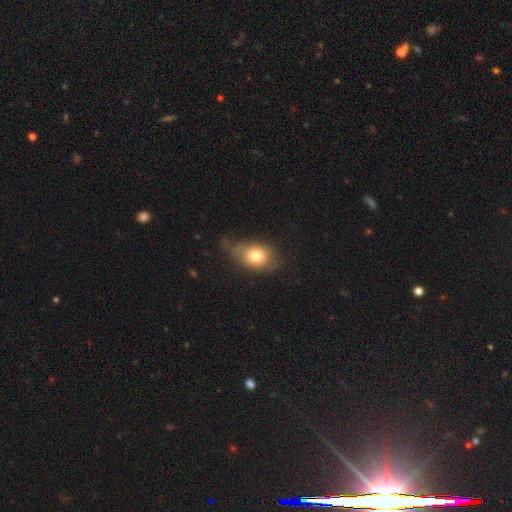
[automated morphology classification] A smooth galaxy with no disk features (76%) that is in between round and cigar-shaped (64%).

Vote fractions:
- Smooth or featured? smooth: 76% / featured or disk: 15% / star or artifact: 9%
- How rounded? in between: 64% / round: 34% / cigar-shaped: 1%
- Merging? none: 49% / minor disturbance: 34% / major disturbance: 14% / merger: 4%